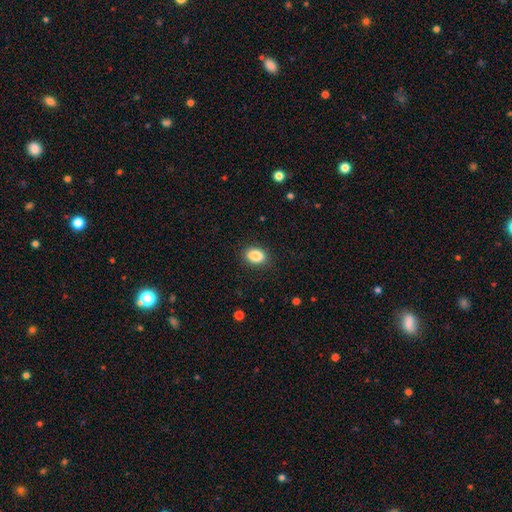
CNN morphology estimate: This appears to be a smooth galaxy with no disk features (87%) that is in between round and cigar-shaped (77%). Merging: none (88%).